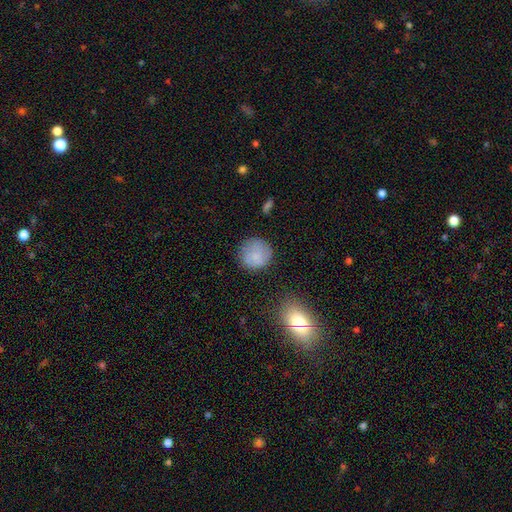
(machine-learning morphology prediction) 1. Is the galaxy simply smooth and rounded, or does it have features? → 77% smooth, 15% featured or disk, 8% star or artifact.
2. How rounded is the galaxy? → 93% round, 6% in between, 1% cigar-shaped.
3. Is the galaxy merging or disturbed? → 79% none, 14% minor disturbance, 5% major disturbance, 2% merger.